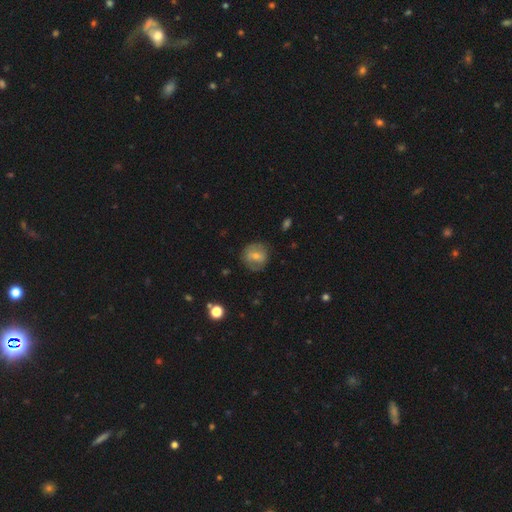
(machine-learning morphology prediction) smooth-or-featured: smooth: 52% | featured or disk: 40% | star or artifact: 8%
  how-rounded: round: 80% | in between: 19% | cigar-shaped: 1%
  merging: none: 72% | minor disturbance: 19% | major disturbance: 8% | merger: 2%